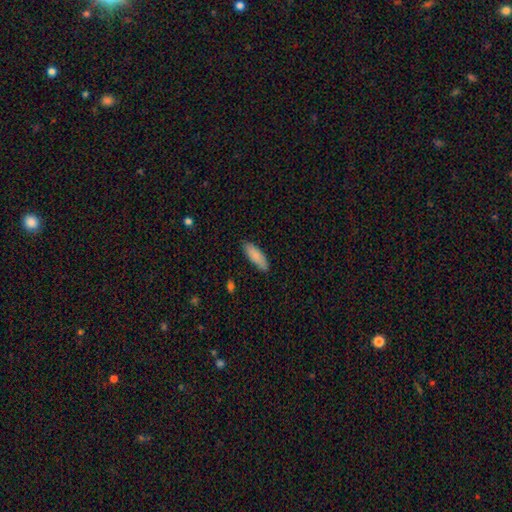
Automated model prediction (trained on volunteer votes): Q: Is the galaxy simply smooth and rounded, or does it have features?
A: smooth — 87%.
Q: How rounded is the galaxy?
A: in between — 62%.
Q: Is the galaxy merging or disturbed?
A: none — 84%.